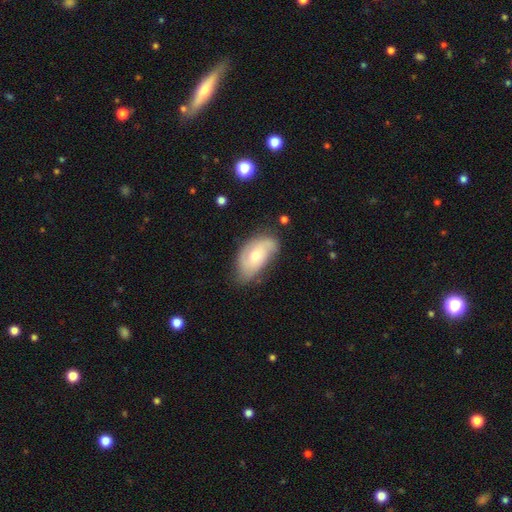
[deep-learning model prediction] This is possibly a featured or disk galaxy (52%). It is clearly not viewed edge-on (92%). Merging: possibly none (58%).